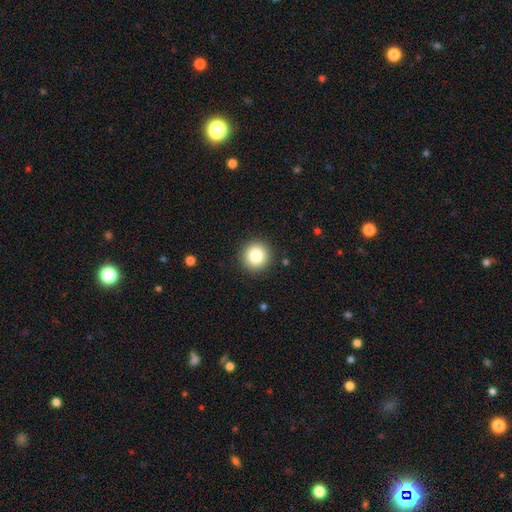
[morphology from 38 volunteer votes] This is likely a smooth galaxy (79%). How rounded: clearly round (97%). Merging: clearly none (89%).